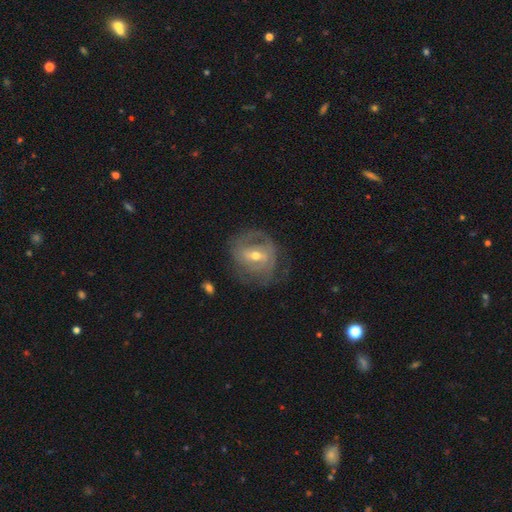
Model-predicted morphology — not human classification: smooth_or_featured: featured or disk (p=0.77) [alt: smooth p=0.16]
disk_edge_on: no (p=0.96) [alt: yes p=0.04]
bar: weak (p=0.47) [alt: strong p=0.29]
has_spiral_arms: yes (p=0.80) [alt: no p=0.20]
spiral_winding: tight (p=0.49) [alt: medium p=0.36]
spiral_arm_count: 2 (p=0.42) [alt: can't tell p=0.34]
bulge_size: moderate (p=0.58) [alt: small p=0.38]
merging: none (p=0.60) [alt: minor disturbance p=0.22]